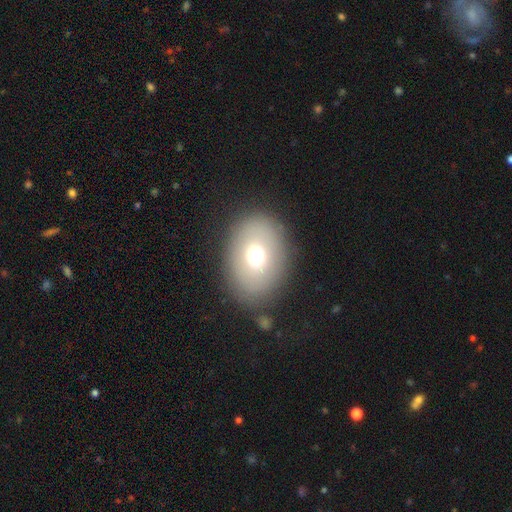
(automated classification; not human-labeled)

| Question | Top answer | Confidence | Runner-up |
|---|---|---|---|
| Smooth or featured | smooth | 69% | featured or disk (20%) |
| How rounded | in between | 72% | round (27%) |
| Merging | none | 84% | minor disturbance (10%) |